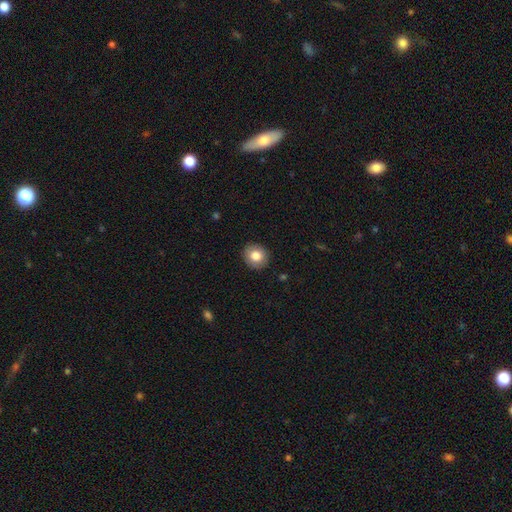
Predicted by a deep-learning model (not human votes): Overall: smooth (82%). How rounded: round (85%). Merging: none (90%).